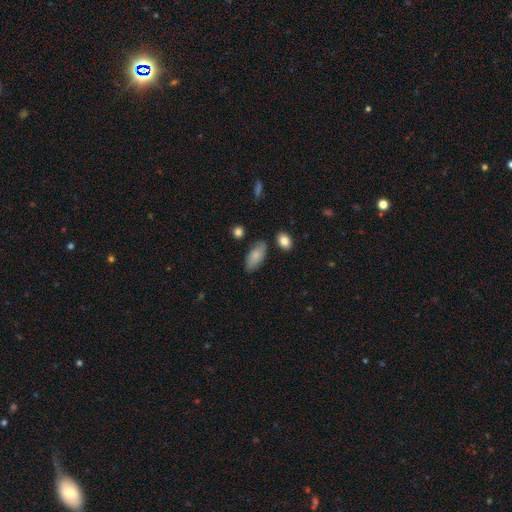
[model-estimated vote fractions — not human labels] smooth 82%, featured or disk 11%, star or artifact 6%. Down the decision tree: how rounded — in between (90%); merging — none (79%).